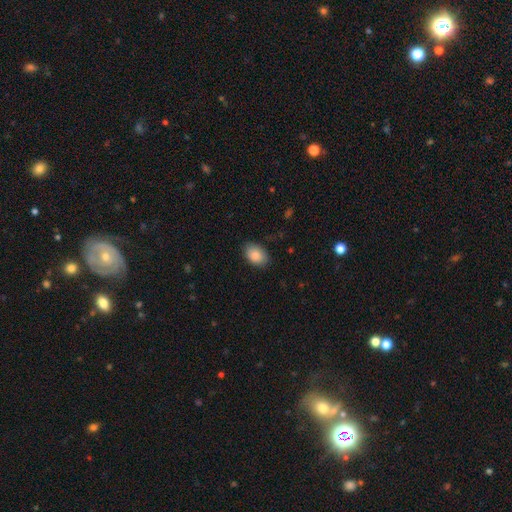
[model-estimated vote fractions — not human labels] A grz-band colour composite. It shows a smooth galaxy with no disk features (87%) that is in between round and cigar-shaped (84%). Merging: none (84%).